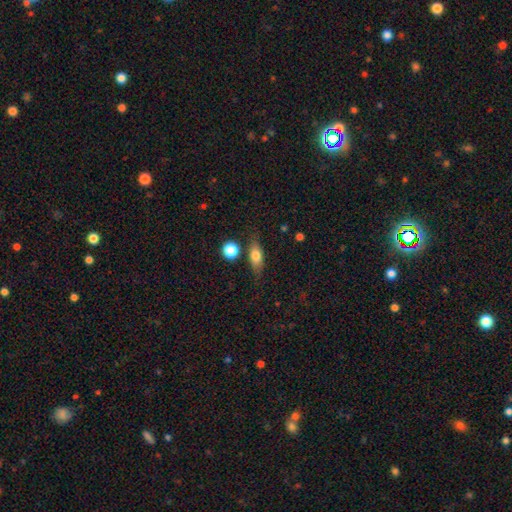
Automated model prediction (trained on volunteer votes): Q: Smooth or featured?
A: smooth (72%); runner-up: featured or disk (20%)
Q: How rounded?
A: in between (67%); runner-up: cigar-shaped (23%)
Q: Merging?
A: none (75%); runner-up: minor disturbance (15%)